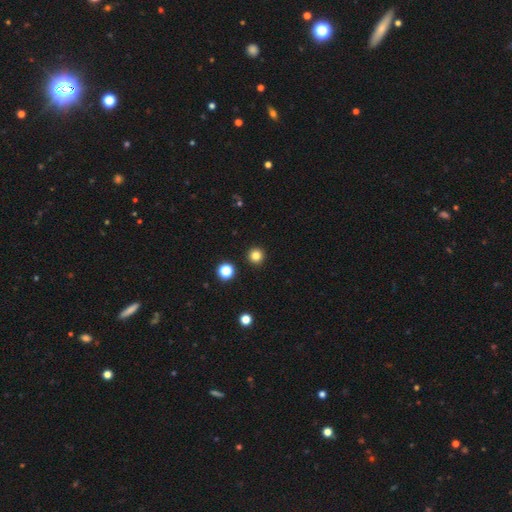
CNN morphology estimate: type=smooth (82%); roundness=round (96%); merging=none (93%).